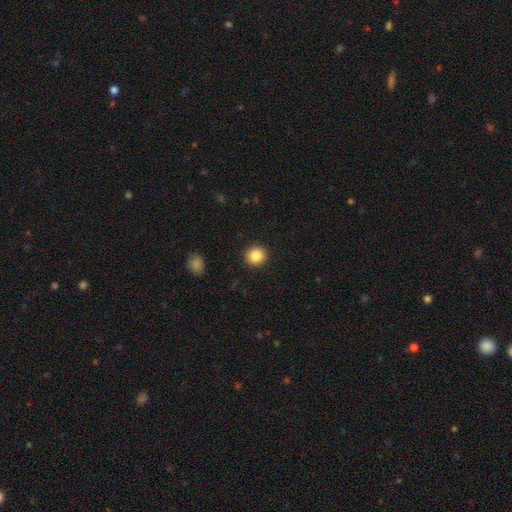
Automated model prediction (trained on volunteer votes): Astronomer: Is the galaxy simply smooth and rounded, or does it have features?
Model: smooth — 87%.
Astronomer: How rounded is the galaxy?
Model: round — 93%.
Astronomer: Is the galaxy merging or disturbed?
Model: none — 93%.